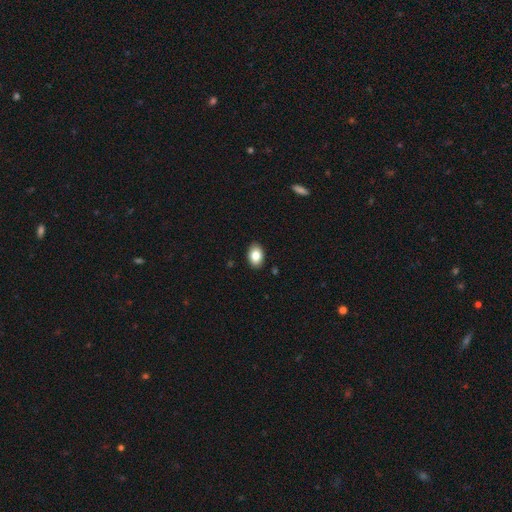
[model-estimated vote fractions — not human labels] smooth-or-featured: smooth: 84% | featured or disk: 8% | star or artifact: 7%
  how-rounded: in between: 86% | round: 13% | cigar-shaped: 1%
  merging: none: 89% | minor disturbance: 8% | major disturbance: 2% | merger: 1%